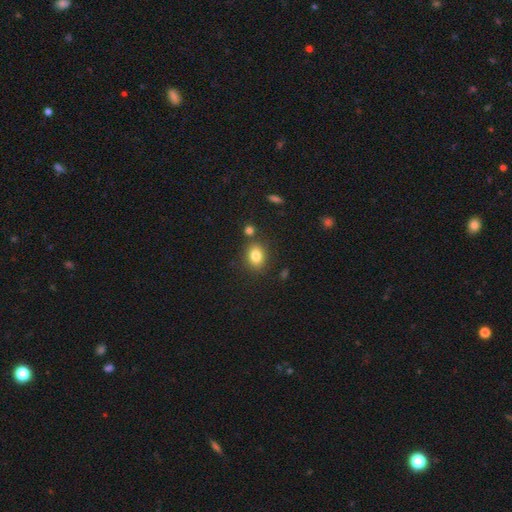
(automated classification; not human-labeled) Overall: smooth (82%). How rounded: in between (66%; round 32%). Merging: none (77%).